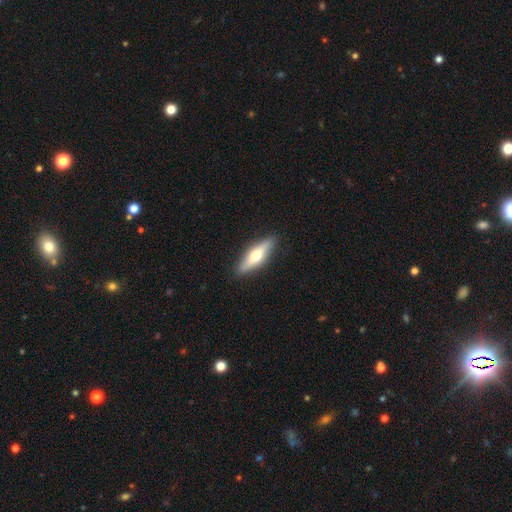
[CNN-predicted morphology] Q: Smooth or featured?
A: smooth (50%); runner-up: featured or disk (45%)
Q: How rounded?
A: cigar-shaped (58%); runner-up: in between (39%)
Q: Merging?
A: none (88%); runner-up: minor disturbance (9%)